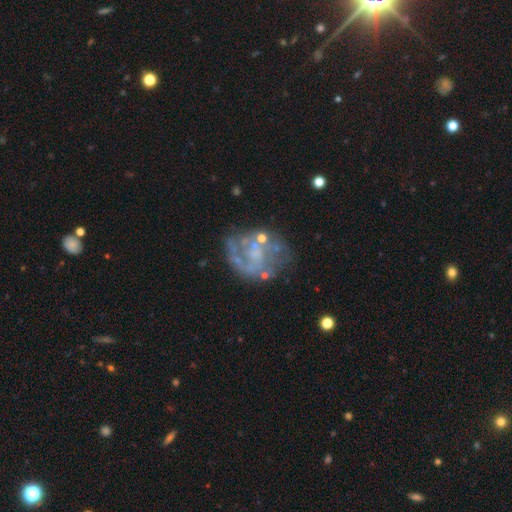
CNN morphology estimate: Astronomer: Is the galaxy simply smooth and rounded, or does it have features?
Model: featured or disk — 75%.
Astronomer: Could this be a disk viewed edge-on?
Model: no — 98%.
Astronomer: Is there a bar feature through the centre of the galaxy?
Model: no — 72%.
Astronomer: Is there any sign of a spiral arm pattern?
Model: yes — 63%.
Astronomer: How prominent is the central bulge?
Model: none — 54%.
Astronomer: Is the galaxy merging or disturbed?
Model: none — 56%.